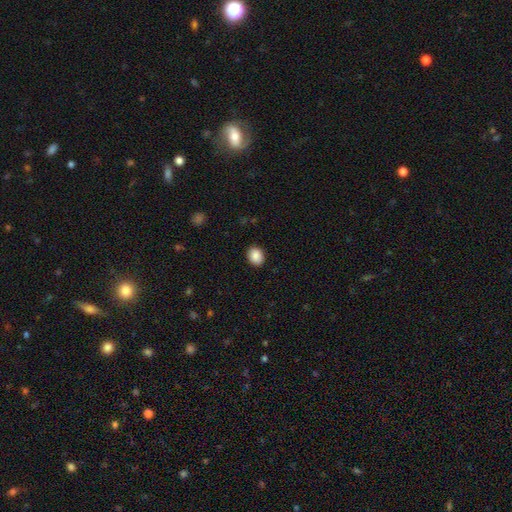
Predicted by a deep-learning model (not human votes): smooth 89%, star or artifact 8%, featured or disk 3%. Down the decision tree: how rounded — in between (51%); merging — none (89%).